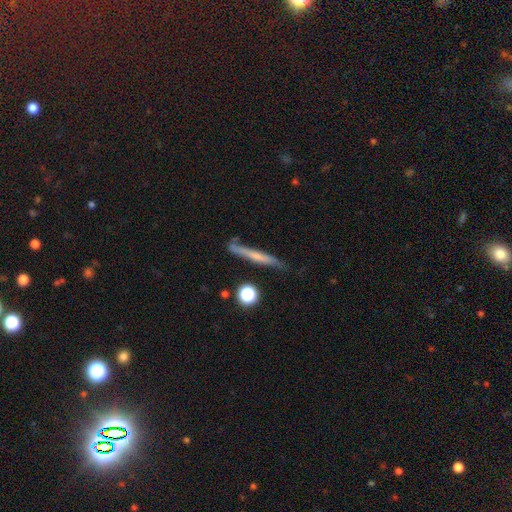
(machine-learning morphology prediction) Overall: featured or disk (50%; smooth 42%). Merging: none (74%).